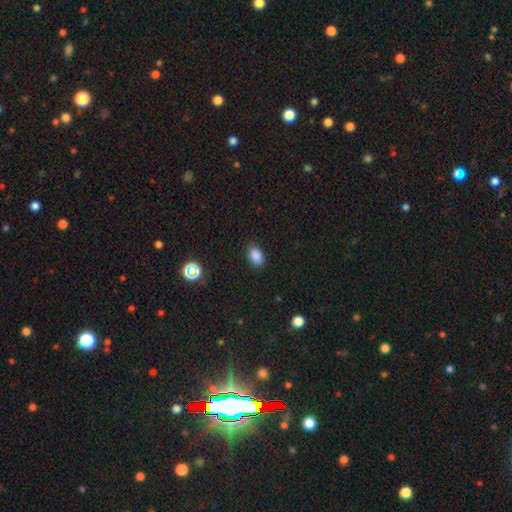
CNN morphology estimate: Smooth or featured?
  - smooth: 84% *
  - star or artifact: 12%
  - featured or disk: 4%
How rounded?
  - in between: 87% *
  - round: 12%
  - cigar-shaped: 1%
Merging?
  - none: 84% *
  - minor disturbance: 12%
  - major disturbance: 3%
  - merger: 1%